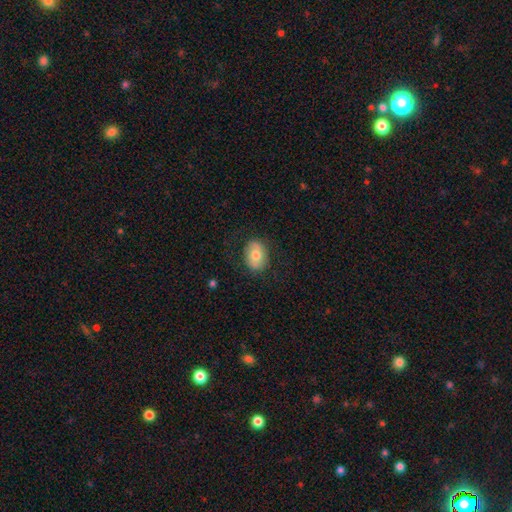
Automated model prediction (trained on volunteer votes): Smooth or featured?
  - smooth: 71% *
  - featured or disk: 22%
  - star or artifact: 7%
How rounded?
  - in between: 69% *
  - round: 30%
  - cigar-shaped: 1%
Merging?
  - none: 82% *
  - minor disturbance: 13%
  - major disturbance: 4%
  - merger: 1%